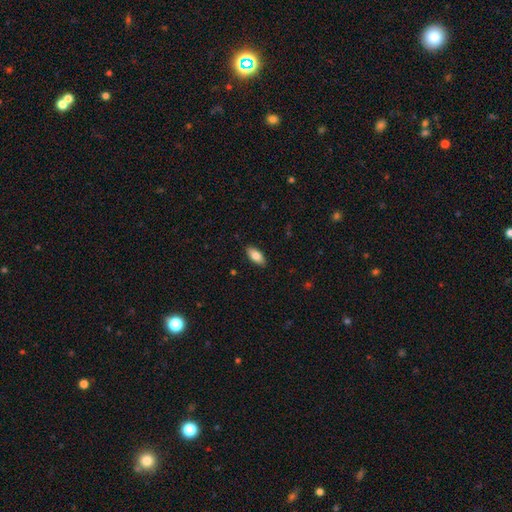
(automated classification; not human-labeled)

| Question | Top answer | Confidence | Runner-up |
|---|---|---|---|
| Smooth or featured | smooth | 82% | featured or disk (11%) |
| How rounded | in between | 87% | cigar-shaped (10%) |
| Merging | none | 89% | minor disturbance (9%) |